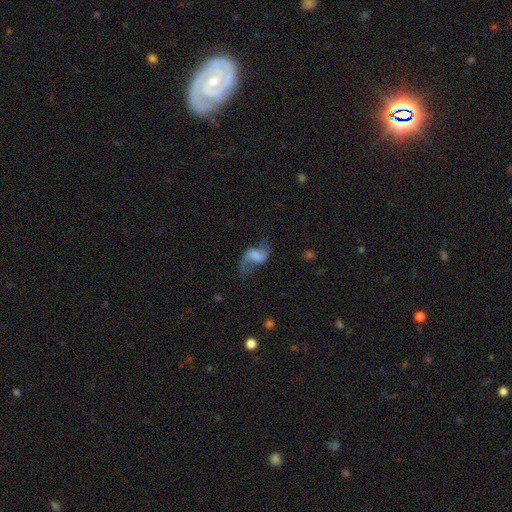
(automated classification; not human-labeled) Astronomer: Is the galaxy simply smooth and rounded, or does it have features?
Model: featured or disk — 71%.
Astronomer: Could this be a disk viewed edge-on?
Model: no — 97%.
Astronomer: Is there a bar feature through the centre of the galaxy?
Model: weak — 46% (runner-up: strong, 31%).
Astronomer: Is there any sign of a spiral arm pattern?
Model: yes — 89%.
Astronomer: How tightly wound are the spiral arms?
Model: loose — 76%.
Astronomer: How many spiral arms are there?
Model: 2 — 89%.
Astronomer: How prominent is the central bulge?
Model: none — 42% (runner-up: moderate, 21%).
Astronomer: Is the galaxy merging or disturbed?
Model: none — 60%.